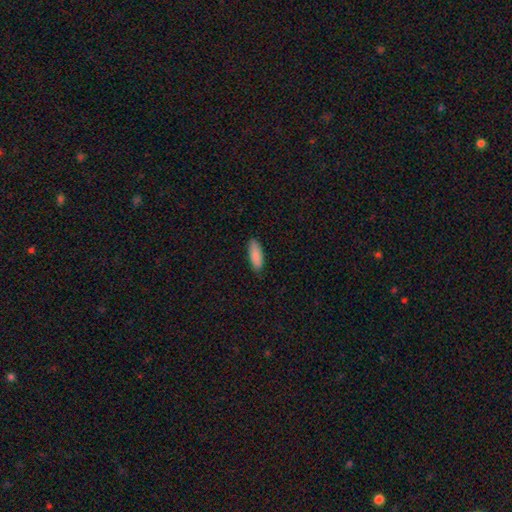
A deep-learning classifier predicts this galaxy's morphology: smooth 88%, star or artifact 6%, featured or disk 6%. Down the decision tree: how rounded — in between (62%); merging — none (85%).